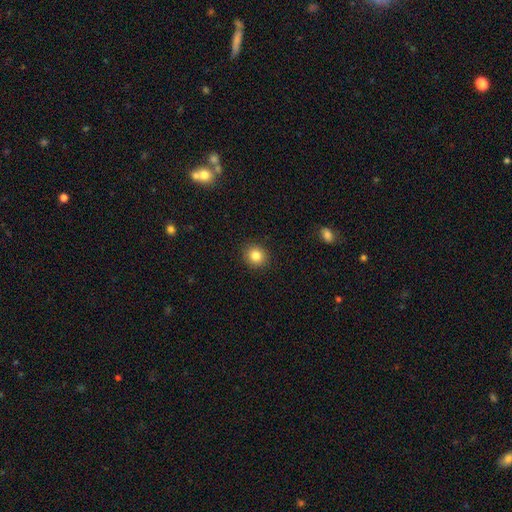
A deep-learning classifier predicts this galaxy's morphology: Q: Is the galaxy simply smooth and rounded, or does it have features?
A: smooth — 83%.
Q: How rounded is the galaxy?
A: round — 82%.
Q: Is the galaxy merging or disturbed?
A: none — 91%.